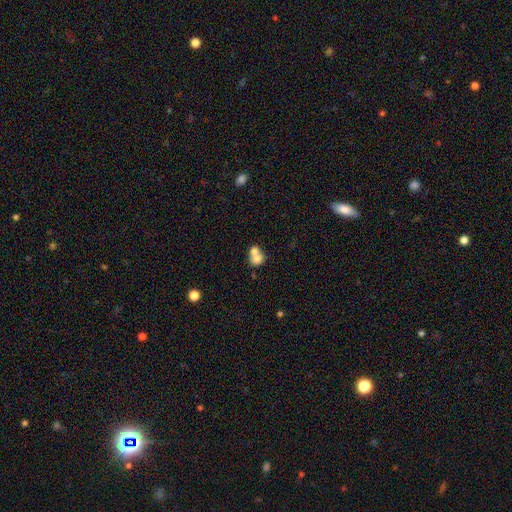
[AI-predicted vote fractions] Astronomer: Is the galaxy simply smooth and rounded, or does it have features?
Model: smooth — 72%.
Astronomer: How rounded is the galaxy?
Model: round — 69%.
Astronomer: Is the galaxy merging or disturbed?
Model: merger — 64%.